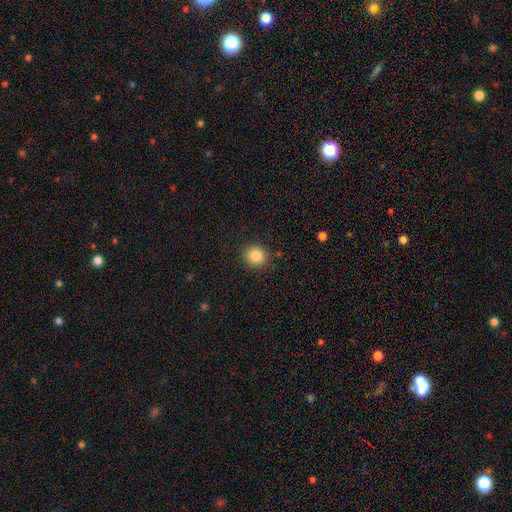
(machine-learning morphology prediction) Smooth or featured?
  - smooth: 85% *
  - star or artifact: 10%
  - featured or disk: 5%
How rounded?
  - round: 85% *
  - in between: 14%
  - cigar-shaped: 1%
Merging?
  - none: 90% *
  - minor disturbance: 7%
  - major disturbance: 2%
  - merger: 1%